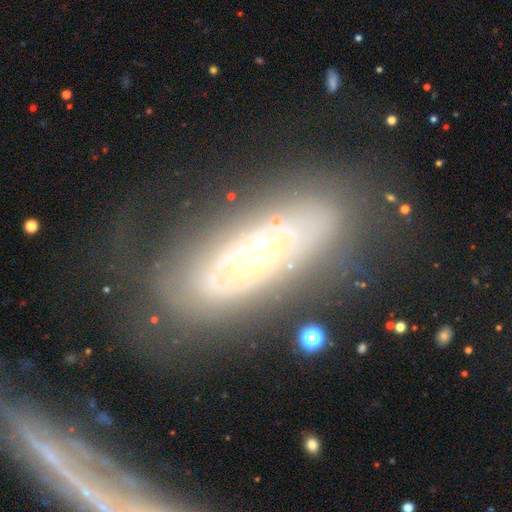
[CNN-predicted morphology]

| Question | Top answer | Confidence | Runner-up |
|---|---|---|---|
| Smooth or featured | featured or disk | 72% | smooth (19%) |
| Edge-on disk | no | 82% | yes (18%) |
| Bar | no | 78% | weak (16%) |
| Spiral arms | yes | 62% | no (38%) |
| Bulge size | small | 51% | moderate (40%) |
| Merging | none | 64% | minor disturbance (20%) |